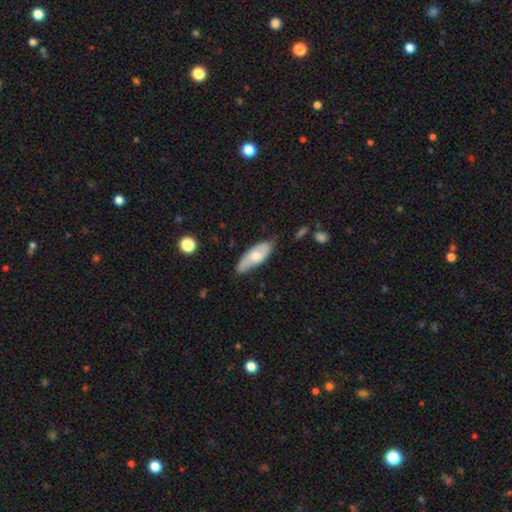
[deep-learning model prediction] A smooth galaxy with no disk features (63%) that is in between round and cigar-shaped (73%). Merging: none (67%).